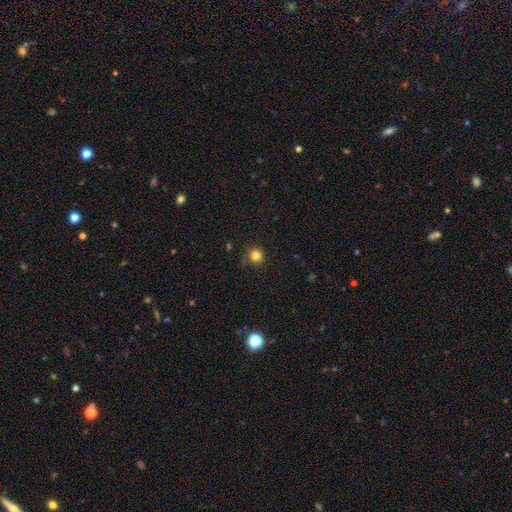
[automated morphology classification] Q: Smooth or featured?
A: smooth (82%); runner-up: star or artifact (13%)
Q: How rounded?
A: round (92%); runner-up: in between (7%)
Q: Merging?
A: none (81%); runner-up: minor disturbance (13%)